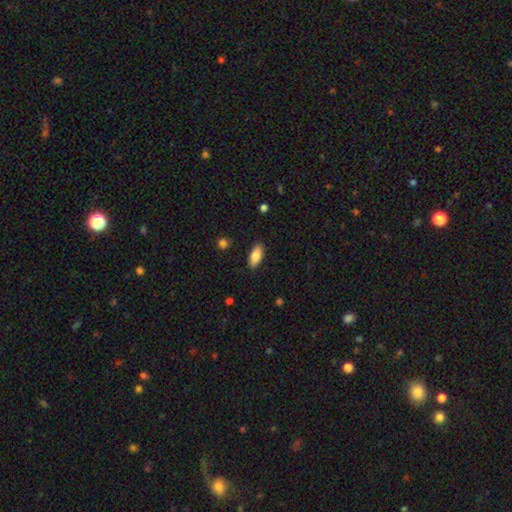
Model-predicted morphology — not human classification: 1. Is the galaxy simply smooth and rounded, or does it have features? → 84% smooth, 9% featured or disk, 7% star or artifact.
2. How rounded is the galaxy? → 87% in between, 10% cigar-shaped, 3% round.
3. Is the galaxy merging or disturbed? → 88% none, 9% minor disturbance, 2% major disturbance, 1% merger.